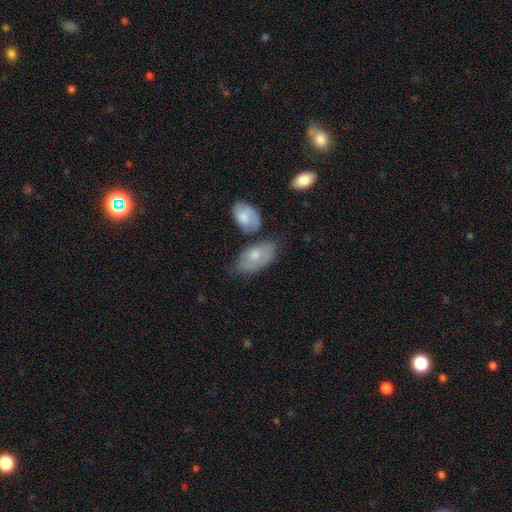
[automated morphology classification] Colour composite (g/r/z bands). It shows a smooth galaxy with no disk features (63%) that is in between round and cigar-shaped (92%). Merging: none (52%).